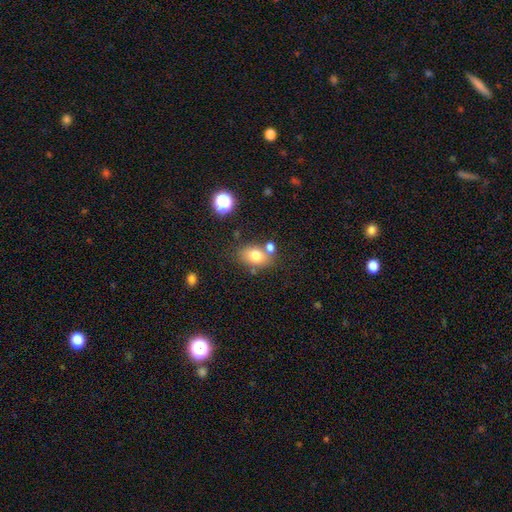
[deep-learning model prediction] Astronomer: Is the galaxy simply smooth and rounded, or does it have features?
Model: smooth — 77%.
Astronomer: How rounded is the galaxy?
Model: in between — 74%.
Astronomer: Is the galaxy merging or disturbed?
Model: none — 63%.